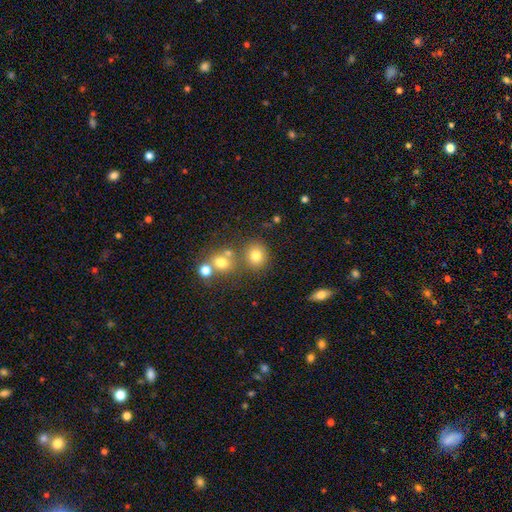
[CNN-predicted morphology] A smooth galaxy with no disk features (76%) that is round (84%).

Vote fractions:
- Smooth or featured? smooth: 76% / star or artifact: 15% / featured or disk: 9%
- How rounded? round: 84% / in between: 15% / cigar-shaped: 1%
- Merging? none: 70% / merger: 16% / minor disturbance: 10% / major disturbance: 4%